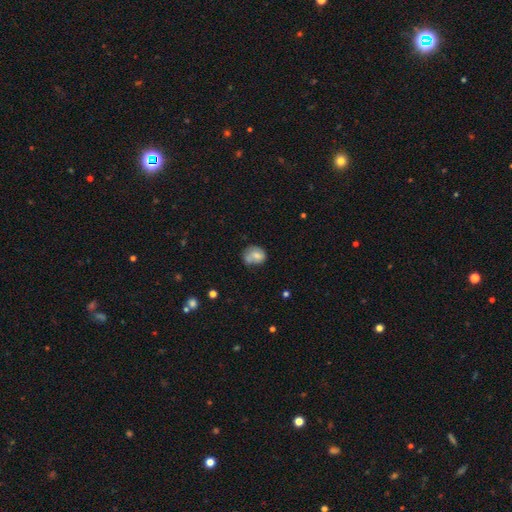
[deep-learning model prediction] A smooth galaxy with no disk features (67%) that is round (54%).

Vote fractions:
- Smooth or featured? smooth: 67% / featured or disk: 24% / star or artifact: 9%
- How rounded? round: 54% / in between: 45% / cigar-shaped: 1%
- Merging? none: 43% / minor disturbance: 30% / merger: 15% / major disturbance: 13%